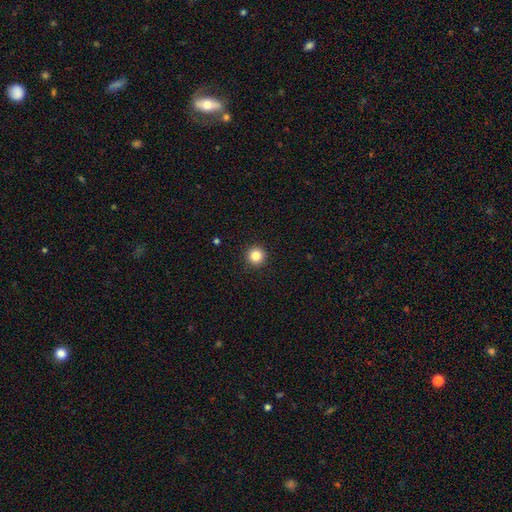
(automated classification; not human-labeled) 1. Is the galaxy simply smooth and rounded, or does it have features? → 84% smooth, 11% star or artifact, 5% featured or disk.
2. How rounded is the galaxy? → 96% round, 3% in between, 1% cigar-shaped.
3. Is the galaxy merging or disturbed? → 93% none, 4% minor disturbance, 2% major disturbance, 1% merger.